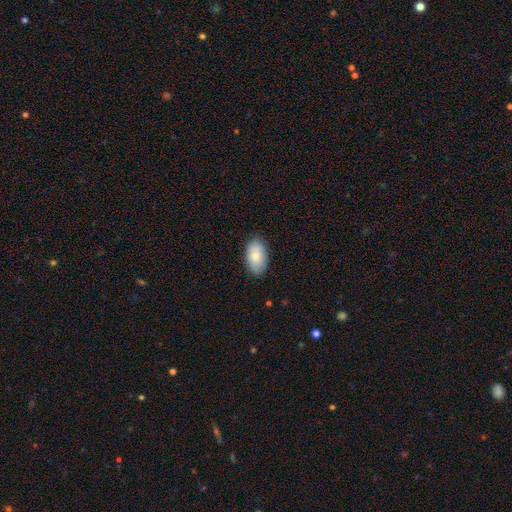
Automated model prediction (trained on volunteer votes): The model was most divided on "smooth or featured": smooth: 81%, featured or disk: 13%, star or artifact: 6%. More confident: how rounded — in between (93%); merging — none (85%).